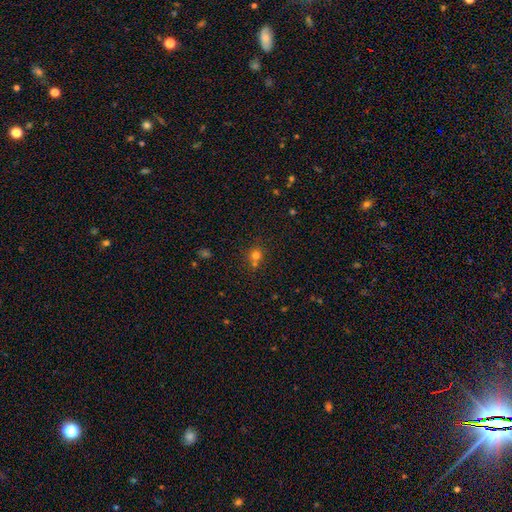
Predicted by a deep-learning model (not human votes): This is likely a smooth galaxy (71%). How rounded: clearly round (85%). Merging: possibly none (58%).